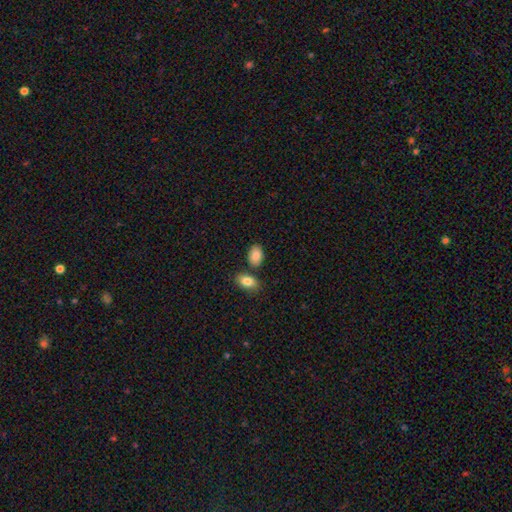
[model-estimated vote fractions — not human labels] Q: Smooth or featured?
A: smooth (87%); runner-up: star or artifact (7%)
Q: How rounded?
A: in between (87%); runner-up: round (12%)
Q: Merging?
A: none (74%); runner-up: minor disturbance (12%)